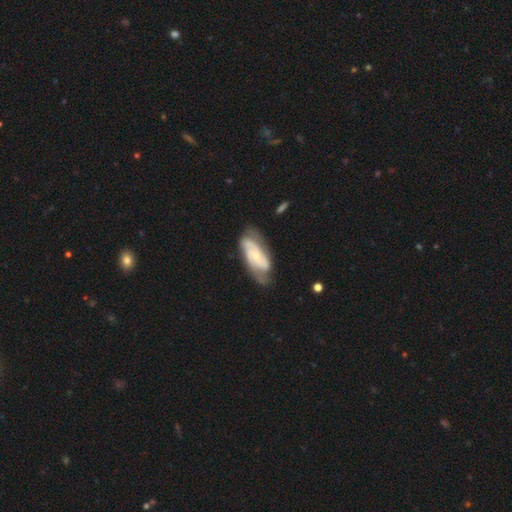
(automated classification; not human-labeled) This appears to be a featured or disk galaxy (74%) with no bar (63%), 2 (66%) tight (43%) spiral arms (90%) and a small central bulge (67%). Merging: none (62%).